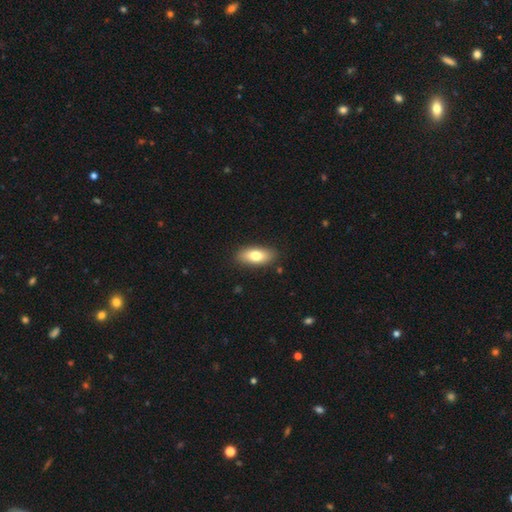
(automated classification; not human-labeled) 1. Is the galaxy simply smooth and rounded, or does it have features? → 76% smooth, 18% featured or disk, 7% star or artifact.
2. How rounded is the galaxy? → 84% in between, 12% cigar-shaped, 4% round.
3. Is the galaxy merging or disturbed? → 88% none, 9% minor disturbance, 2% major disturbance, 1% merger.